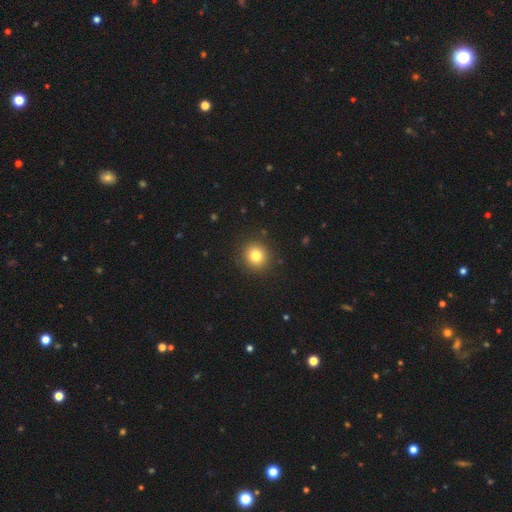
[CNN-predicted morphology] type=smooth (80%); roundness=round (92%); merging=none (90%).